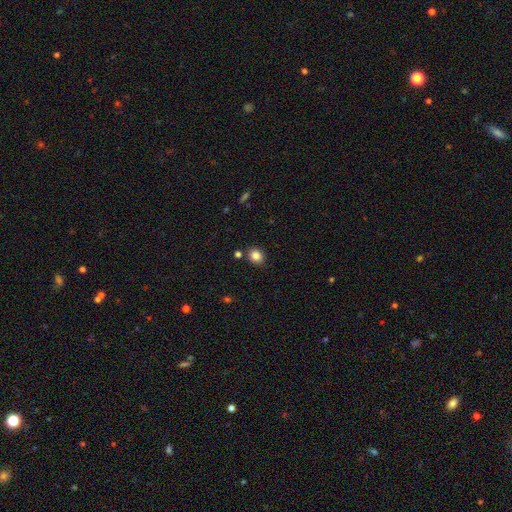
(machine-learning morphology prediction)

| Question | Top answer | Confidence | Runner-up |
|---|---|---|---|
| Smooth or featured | smooth | 85% | star or artifact (10%) |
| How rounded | round | 56% | in between (43%) |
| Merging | none | 83% | minor disturbance (9%) |